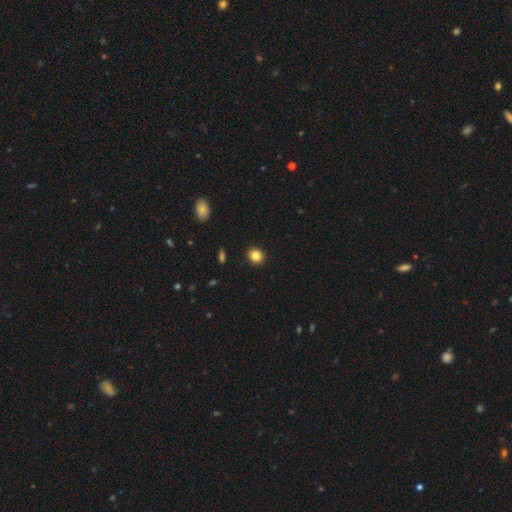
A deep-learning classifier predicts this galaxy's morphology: This appears to be a smooth galaxy with no disk features (84%) that is round (70%). Merging: none (92%).